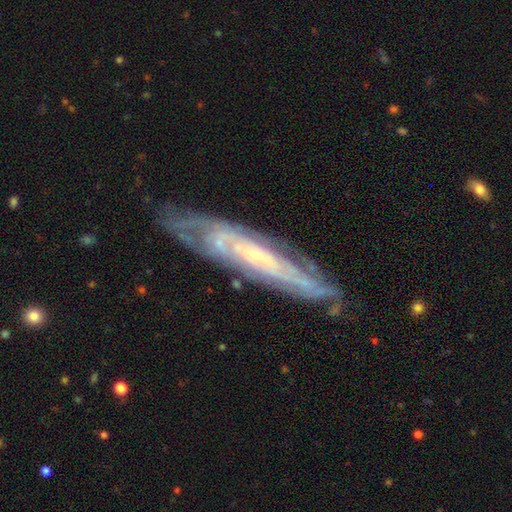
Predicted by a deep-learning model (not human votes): Q: Smooth or featured?
A: featured or disk (81%); runner-up: smooth (13%)
Q: Edge-on disk?
A: no (59%); runner-up: yes (41%)
Q: Merging?
A: none (76%); runner-up: minor disturbance (17%)